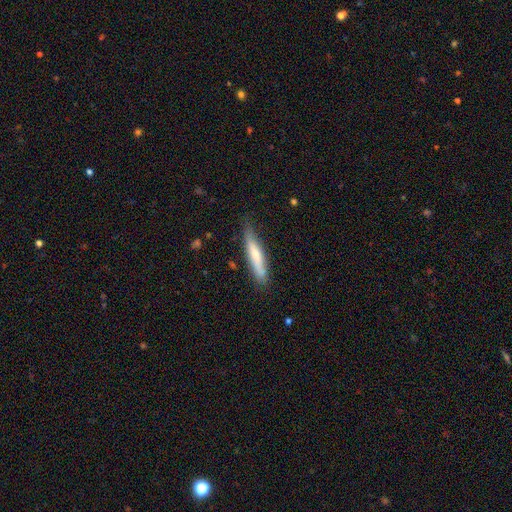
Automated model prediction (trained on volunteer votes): Smooth or featured: smooth — 64% (featured or disk — 30%)
How rounded: cigar-shaped — 88% (in between — 10%)
Merging: none — 72% (minor disturbance — 23%)